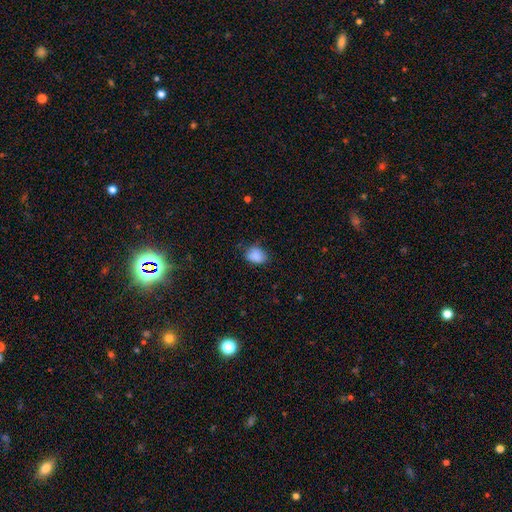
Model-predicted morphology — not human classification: Q: Smooth or featured?
A: smooth (86%); runner-up: star or artifact (9%)
Q: How rounded?
A: in between (67%); runner-up: round (32%)
Q: Merging?
A: none (65%); runner-up: minor disturbance (27%)